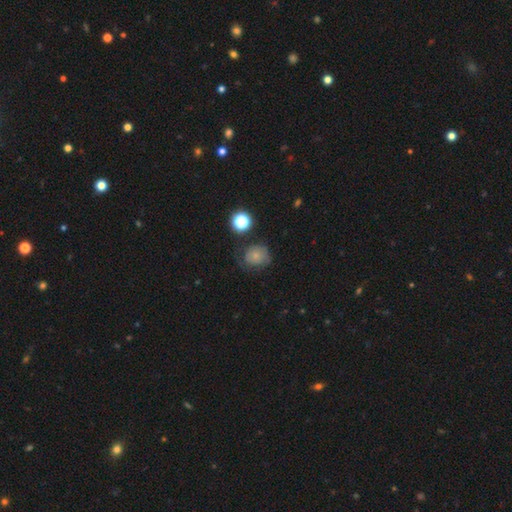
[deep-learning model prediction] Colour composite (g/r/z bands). It shows a smooth galaxy with no disk features (69%) that is round (69%). Merging: none (50%).